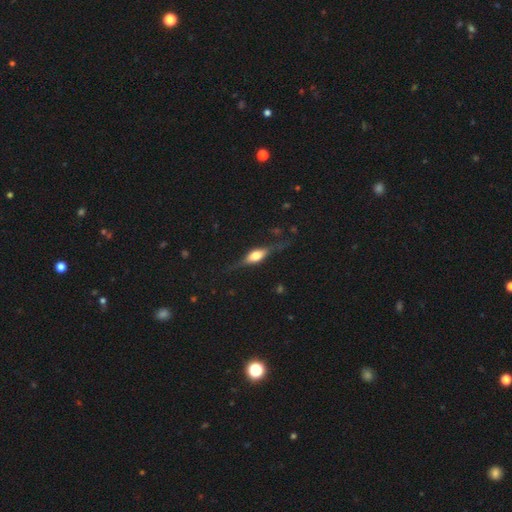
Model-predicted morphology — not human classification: Q: Smooth or featured?
A: featured or disk (60%); runner-up: smooth (33%)
Q: Edge-on disk?
A: yes (93%); runner-up: no (7%)
Q: Edge-on bulge?
A: rounded (88%); runner-up: boxy (10%)
Q: Merging?
A: none (75%); runner-up: minor disturbance (16%)